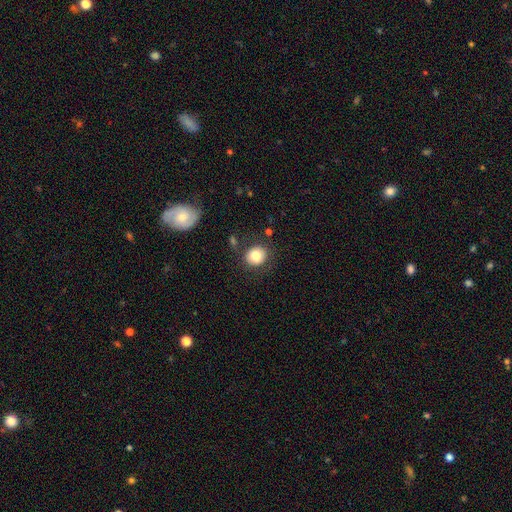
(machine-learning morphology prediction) The model was most divided on "how rounded": round: 76%, in between: 23%, cigar-shaped: 1%. More confident: merging — none (82%); smooth or featured — smooth (81%).